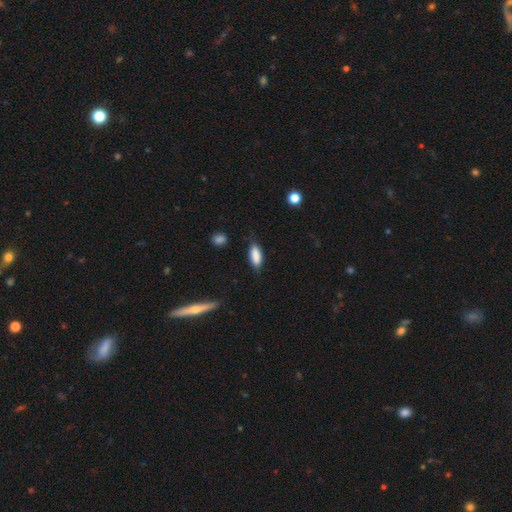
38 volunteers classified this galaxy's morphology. Q: Smooth or featured?
A: smooth (89%); runner-up: featured or disk (11%)
Q: How rounded?
A: in between (74%); runner-up: cigar-shaped (24%)
Q: Merging?
A: none (84%); runner-up: minor disturbance (13%)